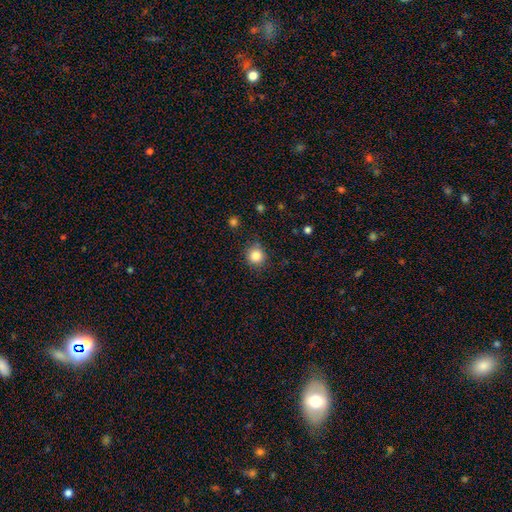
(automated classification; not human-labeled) Smooth or featured? smooth (84%)
How rounded? round (91%)
Merging? none (84%)